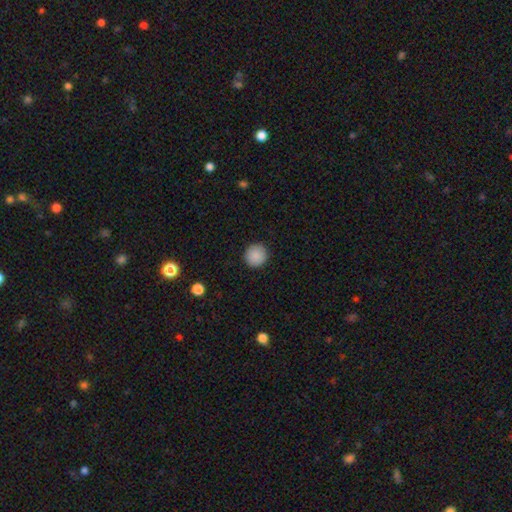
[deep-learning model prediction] A smooth galaxy with no disk features (89%) that is round (94%).

Vote fractions:
- Smooth or featured? smooth: 89% / star or artifact: 8% / featured or disk: 3%
- How rounded? round: 94% / in between: 5% / cigar-shaped: 1%
- Merging? none: 92% / minor disturbance: 6% / major disturbance: 2% / merger: 1%